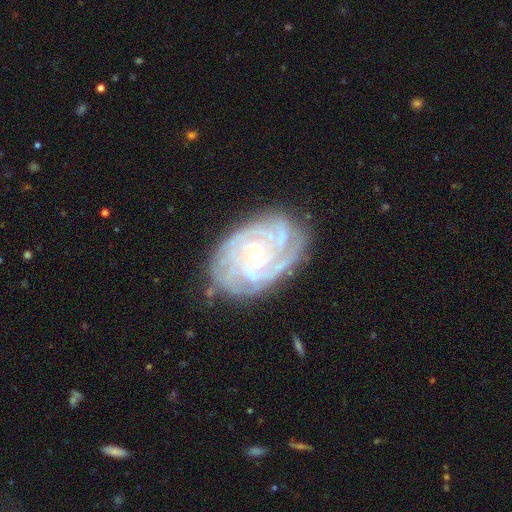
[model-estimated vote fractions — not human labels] Q: Smooth or featured?
A: featured or disk (87%); runner-up: smooth (7%)
Q: Edge-on disk?
A: no (96%); runner-up: yes (4%)
Q: Bar?
A: no (66%); runner-up: weak (26%)
Q: Spiral arms?
A: yes (97%); runner-up: no (3%)
Q: Spiral winding?
A: tight (73%); runner-up: medium (23%)
Q: Spiral arm count?
A: 4 (26%); runner-up: can't tell (25%)
Q: Bulge size?
A: small (69%); runner-up: moderate (28%)
Q: Merging?
A: none (75%); runner-up: minor disturbance (18%)